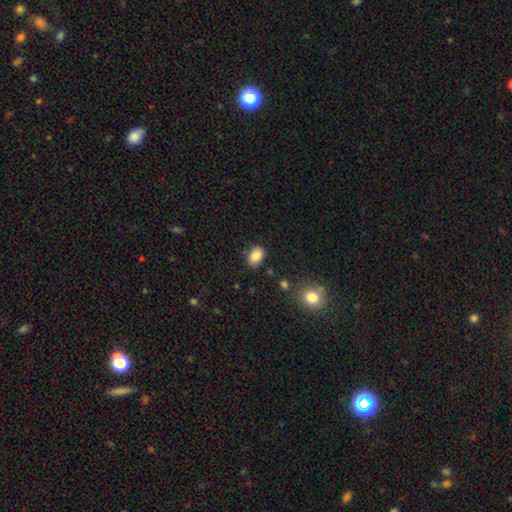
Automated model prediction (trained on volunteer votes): Smooth or featured? smooth (87%)
How rounded? in between (84%)
Merging? none (83%)